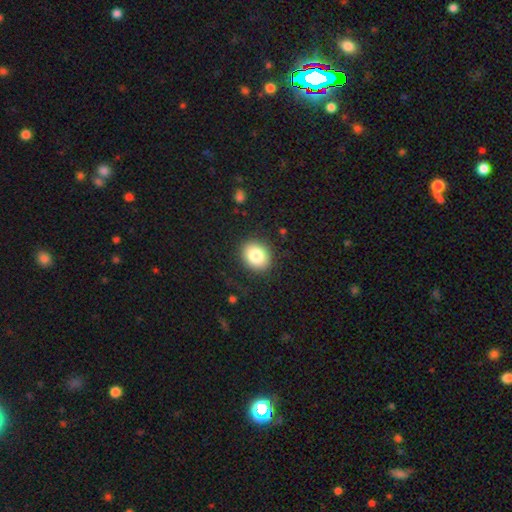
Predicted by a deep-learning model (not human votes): This appears to be a smooth galaxy with no disk features (83%) that is round (57%). Merging: none (88%).